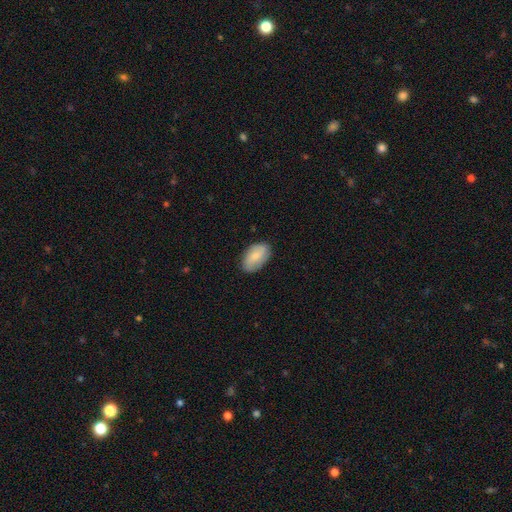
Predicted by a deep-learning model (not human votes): This appears to be a smooth galaxy with no disk features (68%) that is in between round and cigar-shaped (92%). Merging: none (81%).